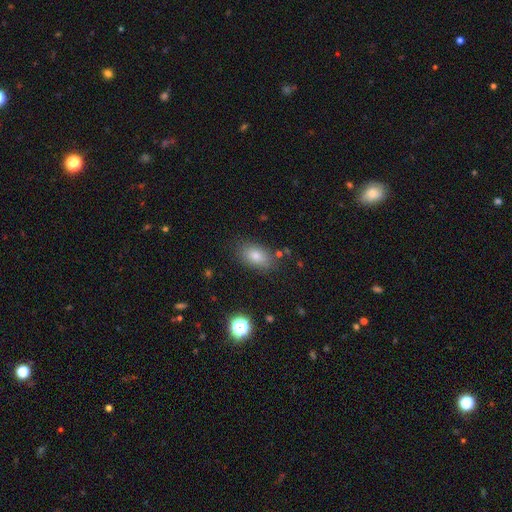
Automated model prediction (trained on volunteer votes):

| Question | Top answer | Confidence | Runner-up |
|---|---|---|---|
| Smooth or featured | smooth | 76% | star or artifact (12%) |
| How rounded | in between | 86% | round (12%) |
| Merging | none | 83% | minor disturbance (11%) |